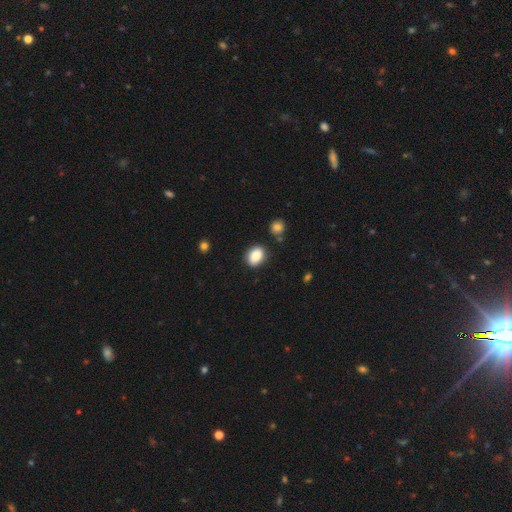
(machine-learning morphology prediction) type=smooth (87%); roundness=in between (78%); merging=none (84%).